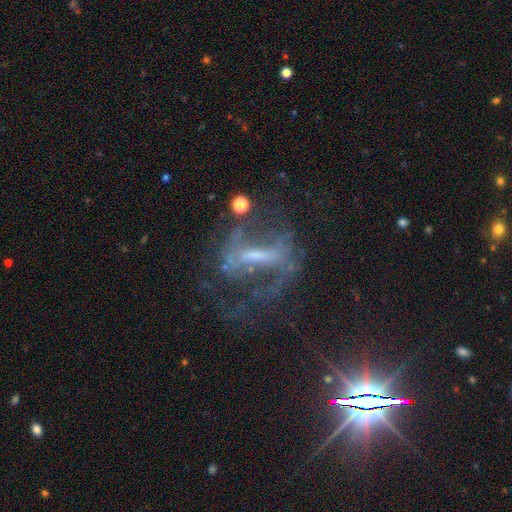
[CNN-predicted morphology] Smooth or featured? Predicted: featured or disk (p=0.74). Edge-on disk? Predicted: no (p=0.88). Bar? Predicted: strong (p=0.64). Spiral arms? Predicted: yes (p=0.75). Bulge size? Predicted: small (p=0.35). Merging? Predicted: none (p=0.50).